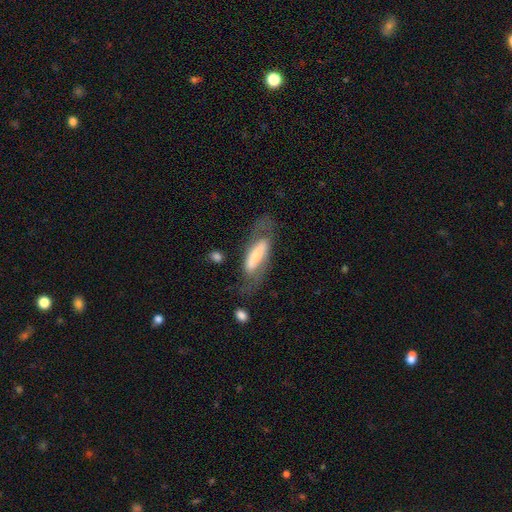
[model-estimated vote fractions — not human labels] Q: Smooth or featured?
A: featured or disk (58%); runner-up: smooth (36%)
Q: Edge-on disk?
A: no (78%); runner-up: yes (22%)
Q: Merging?
A: none (57%); runner-up: minor disturbance (20%)